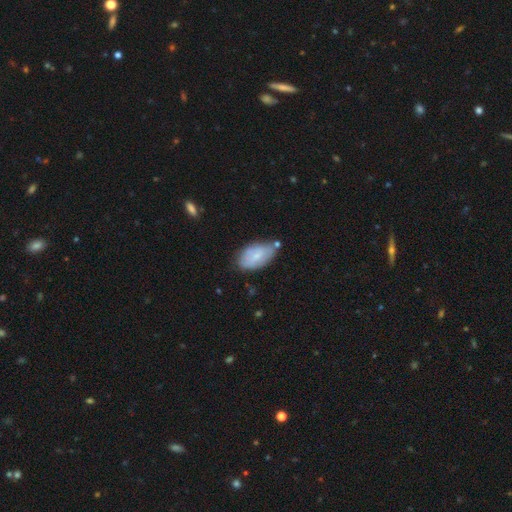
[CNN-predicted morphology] Overall: smooth (67%; featured or disk 27%). How rounded: in between (94%). Merging: none (62%; minor disturbance 25%).